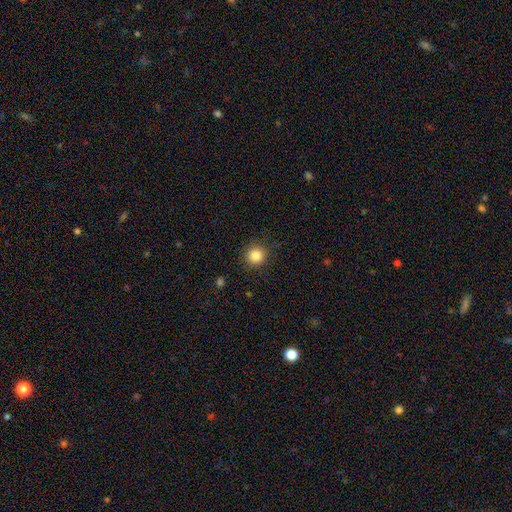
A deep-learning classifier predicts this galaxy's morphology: smooth-or-featured: smooth: 84% | star or artifact: 11% | featured or disk: 5%
  how-rounded: round: 93% | in between: 6% | cigar-shaped: 1%
  merging: none: 89% | minor disturbance: 7% | major disturbance: 3% | merger: 1%